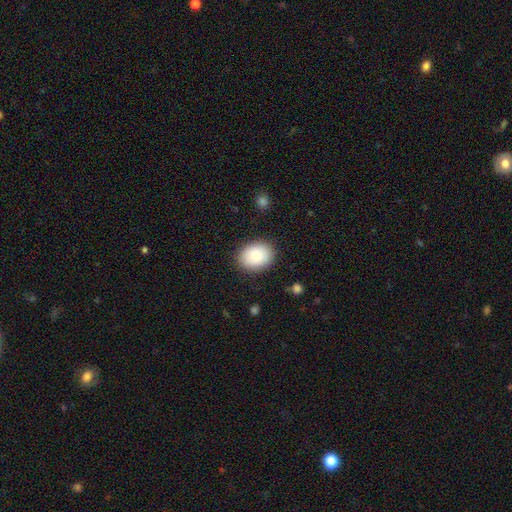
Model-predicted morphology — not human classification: type=smooth (77%); roundness=in between (56%); merging=none (87%).